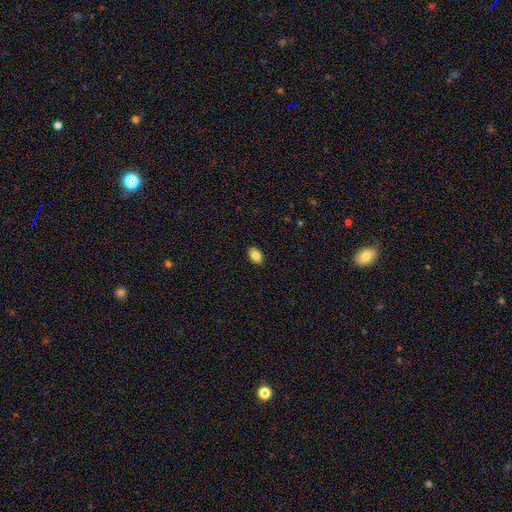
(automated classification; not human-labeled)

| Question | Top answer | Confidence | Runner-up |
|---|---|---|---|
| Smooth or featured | smooth | 84% | featured or disk (8%) |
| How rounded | in between | 86% | round (13%) |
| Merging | none | 89% | minor disturbance (8%) |